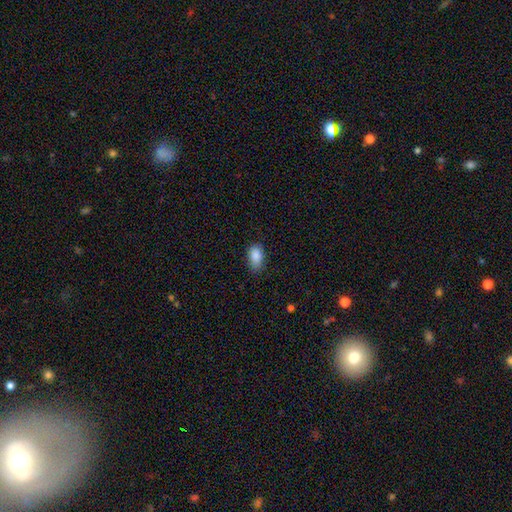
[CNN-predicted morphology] This appears to be a smooth galaxy with no disk features (87%) that is in between round and cigar-shaped (90%). Merging: none (69%).